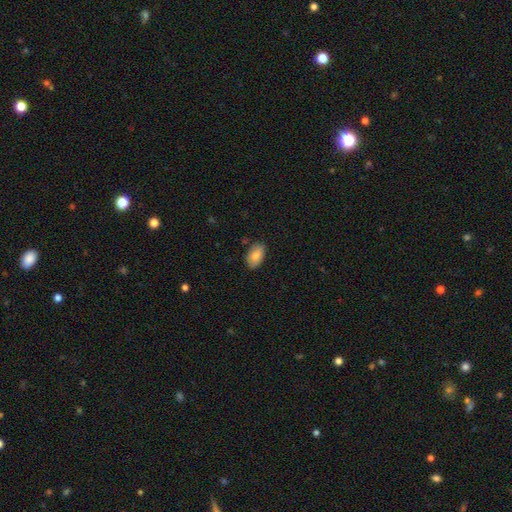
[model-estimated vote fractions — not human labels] Smooth or featured?
  - smooth: 84% *
  - featured or disk: 10%
  - star or artifact: 7%
How rounded?
  - in between: 93% *
  - round: 6%
  - cigar-shaped: 2%
Merging?
  - none: 82% *
  - minor disturbance: 14%
  - major disturbance: 2%
  - merger: 2%